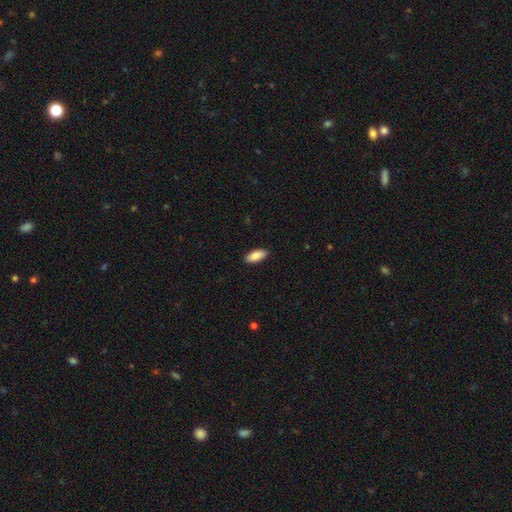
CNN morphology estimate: Smooth or featured?
  - smooth: 88% *
  - featured or disk: 6%
  - star or artifact: 6%
How rounded?
  - in between: 85% *
  - cigar-shaped: 13%
  - round: 2%
Merging?
  - none: 90% *
  - minor disturbance: 8%
  - major disturbance: 2%
  - merger: 1%